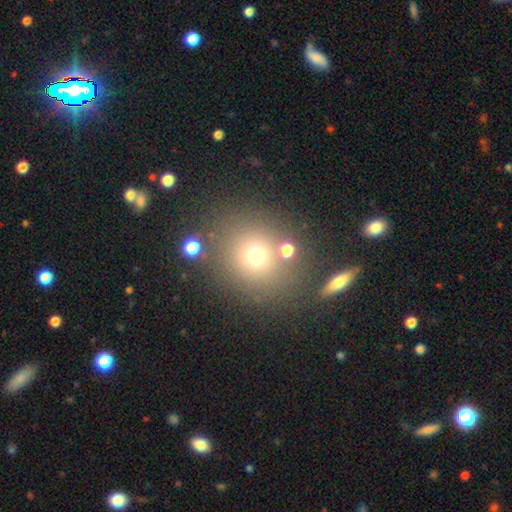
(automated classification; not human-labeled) The model was most divided on "smooth or featured": smooth: 68%, star or artifact: 21%, featured or disk: 11%. More confident: how rounded — round (81%); merging — none (74%).